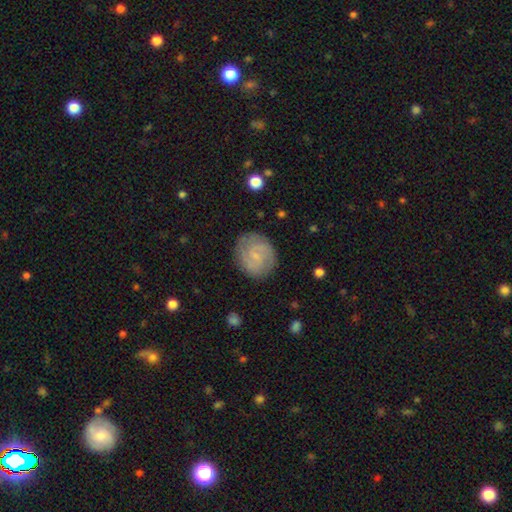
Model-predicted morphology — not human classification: smooth-or-featured: featured or disk: 65% | smooth: 28% | star or artifact: 7%
  disk-edge-on: no: 98% | yes: 2%
    bar: no: 48% | weak: 45% | strong: 7%
    has-spiral-arms: yes: 91% | no: 9%
      spiral-winding: tight: 45% | medium: 43% | loose: 13%
      spiral-arm-count: 2: 74% | can't tell: 14% | 3: 6% | 1: 2% | 4: 2% | more than 4: 2%
    bulge-size: small: 71% | none: 14% | moderate: 13% | large: 1% | dominant: 1%
  merging: none: 83% | minor disturbance: 12% | major disturbance: 4% | merger: 1%